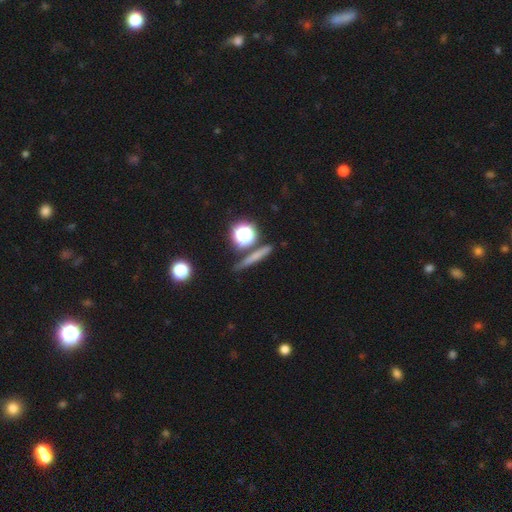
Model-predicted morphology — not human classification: smooth 57%, featured or disk 26%, star or artifact 17%. Down the decision tree: how rounded — cigar-shaped (67%); merging — none (79%).